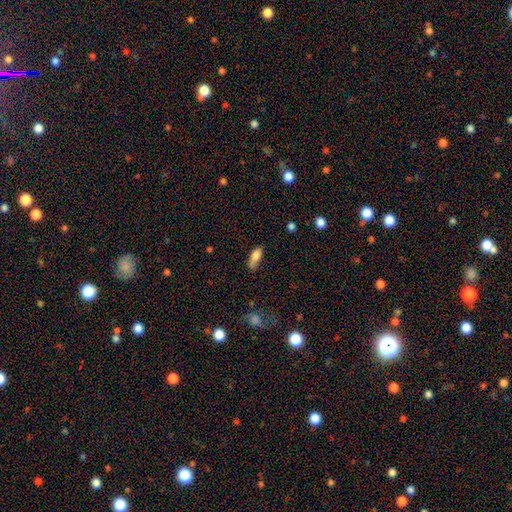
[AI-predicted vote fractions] Morphology: type=smooth (82%); roundness=in between (76%); merging=none (54%).